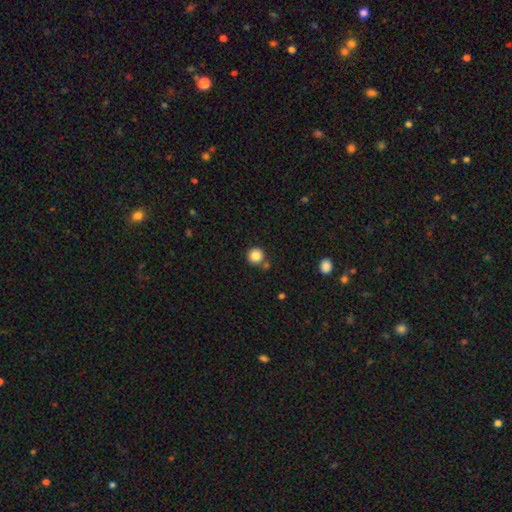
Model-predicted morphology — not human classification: This appears to be a smooth galaxy with no disk features (84%) that is round (94%). Merging: none (81%).